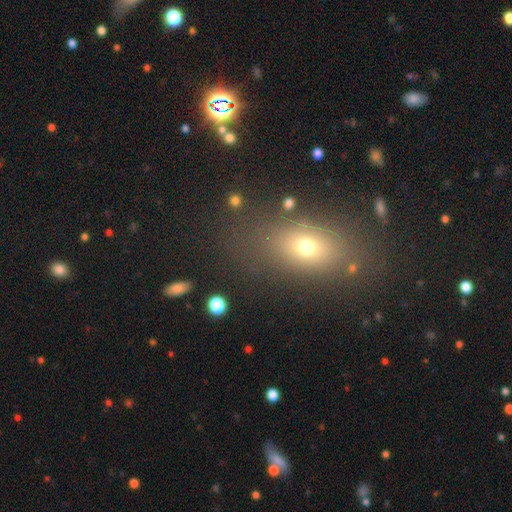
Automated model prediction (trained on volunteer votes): A smooth galaxy with no disk features (60%) that is in between round and cigar-shaped (71%).

Vote fractions:
- Smooth or featured? smooth: 60% / star or artifact: 26% / featured or disk: 14%
- How rounded? in between: 71% / round: 24% / cigar-shaped: 6%
- Merging? none: 83% / minor disturbance: 9% / major disturbance: 4% / merger: 3%